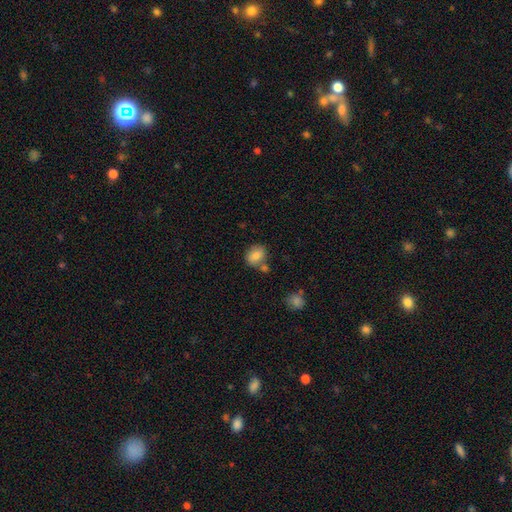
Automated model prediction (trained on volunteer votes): This is clearly a smooth galaxy (83%). How rounded: possibly in between (53%). Merging: likely none (62%).